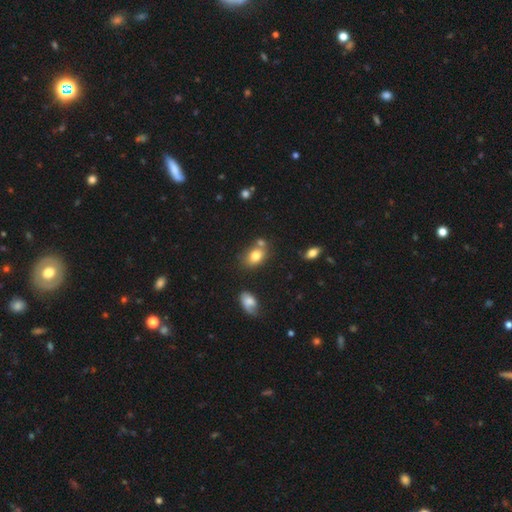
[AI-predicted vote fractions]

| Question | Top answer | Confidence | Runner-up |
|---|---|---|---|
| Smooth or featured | smooth | 79% | featured or disk (11%) |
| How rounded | in between | 74% | round (25%) |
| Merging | none | 59% | merger (21%) |